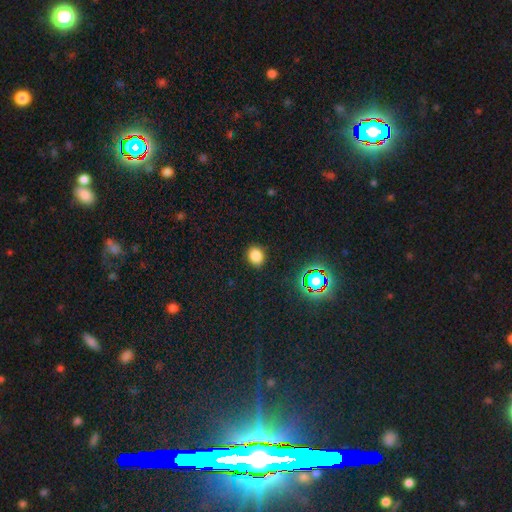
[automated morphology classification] Smooth or featured?
  - smooth: 81% *
  - star or artifact: 15%
  - featured or disk: 4%
How rounded?
  - round: 63% *
  - in between: 36%
  - cigar-shaped: 1%
Merging?
  - none: 88% *
  - minor disturbance: 8%
  - major disturbance: 2%
  - merger: 1%